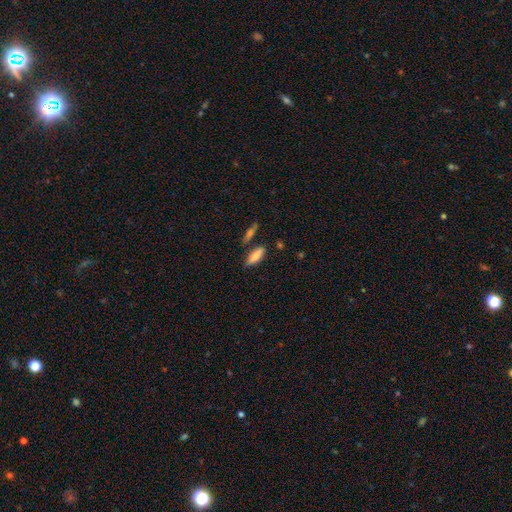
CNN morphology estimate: A smooth galaxy with no disk features (80%) that is in between round and cigar-shaped (61%).

Vote fractions:
- Smooth or featured? smooth: 80% / featured or disk: 13% / star or artifact: 7%
- How rounded? in between: 61% / cigar-shaped: 36% / round: 2%
- Merging? none: 72% / minor disturbance: 15% / merger: 10% / major disturbance: 4%